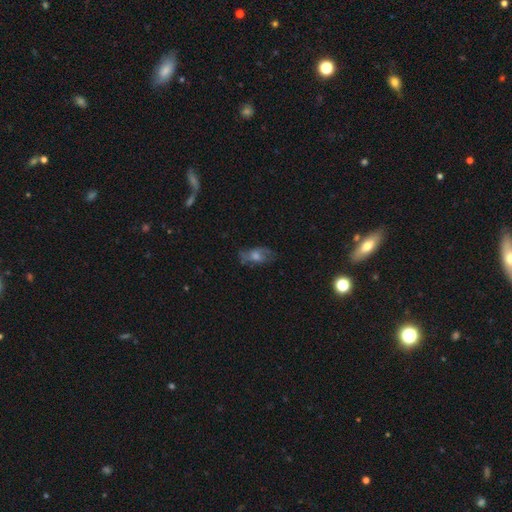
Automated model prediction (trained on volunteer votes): A featured or disk galaxy (52%).

Vote fractions:
- Smooth or featured? featured or disk: 52% / smooth: 32% / star or artifact: 17%
- Edge-on disk? no: 84% / yes: 16%
- Merging? none: 66% / minor disturbance: 20% / major disturbance: 12% / merger: 2%